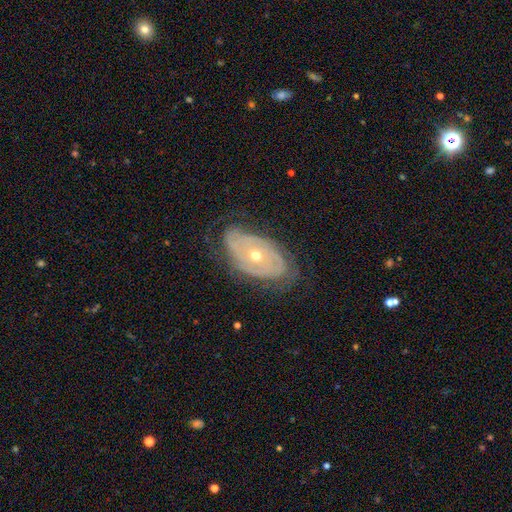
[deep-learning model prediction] Overall: featured or disk (81%). Edge-on disk: no (93%). Bar: no (83%). Spiral arms: yes (82%). Spiral arm count: can't tell (42%; 2 30%). Spiral winding: tight (72%). Bulge size: moderate (53%; small 44%). Merging: none (67%).